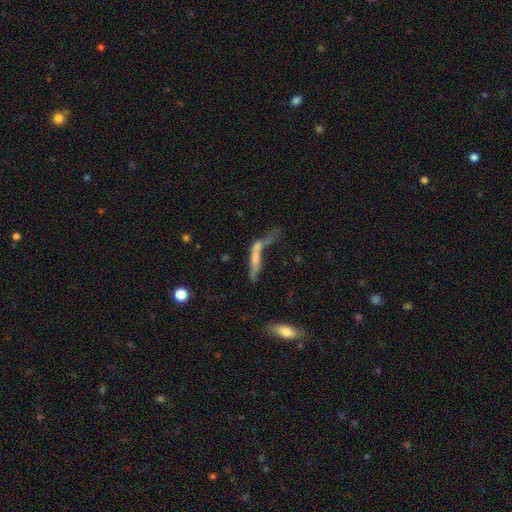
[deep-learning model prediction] smooth 47%, featured or disk 42%, star or artifact 11%. Down the decision tree: merging — merger (39%).